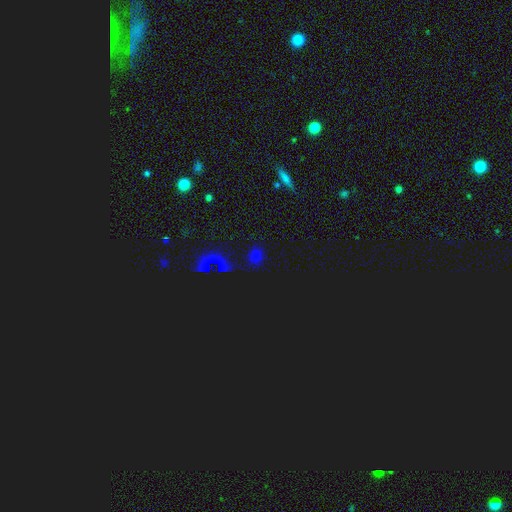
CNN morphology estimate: The model was most divided on "smooth or featured": star or artifact: 62%, smooth: 31%, featured or disk: 7%.